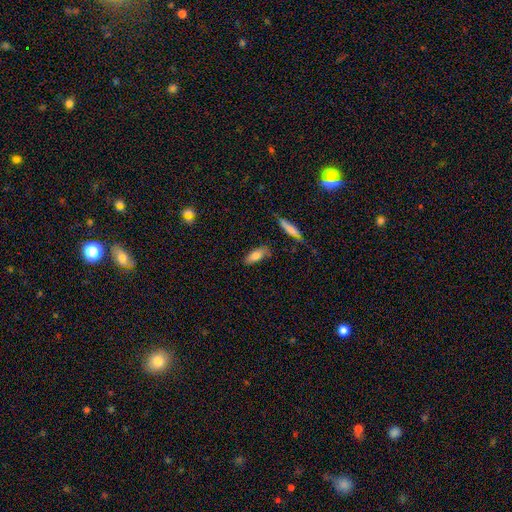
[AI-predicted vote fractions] This appears to be a smooth galaxy with no disk features (79%) that is in between round and cigar-shaped (71%). Merging: none (71%).